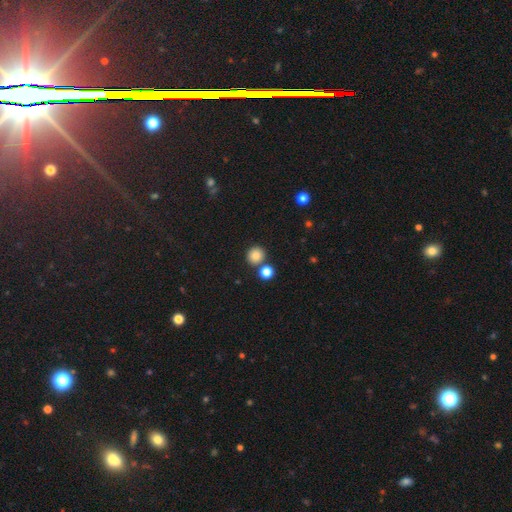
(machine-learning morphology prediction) Smooth or featured: smooth — 84% (star or artifact — 12%)
How rounded: round — 90% (in between — 9%)
Merging: none — 79% (merger — 12%)